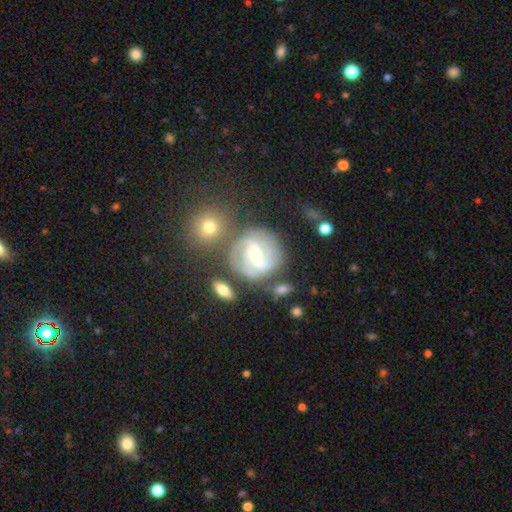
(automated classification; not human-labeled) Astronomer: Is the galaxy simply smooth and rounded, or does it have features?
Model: featured or disk — 86%.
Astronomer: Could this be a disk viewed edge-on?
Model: no — 97%.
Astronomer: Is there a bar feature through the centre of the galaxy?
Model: weak — 50% (runner-up: strong, 28%).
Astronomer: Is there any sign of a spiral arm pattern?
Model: yes — 97%.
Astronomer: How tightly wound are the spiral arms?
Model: tight — 50% (runner-up: medium, 40%).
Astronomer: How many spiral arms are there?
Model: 3 — 36% (runner-up: 2, 32%).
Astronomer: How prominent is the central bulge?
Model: moderate — 58% (runner-up: small, 39%).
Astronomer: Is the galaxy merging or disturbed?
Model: none — 73%.